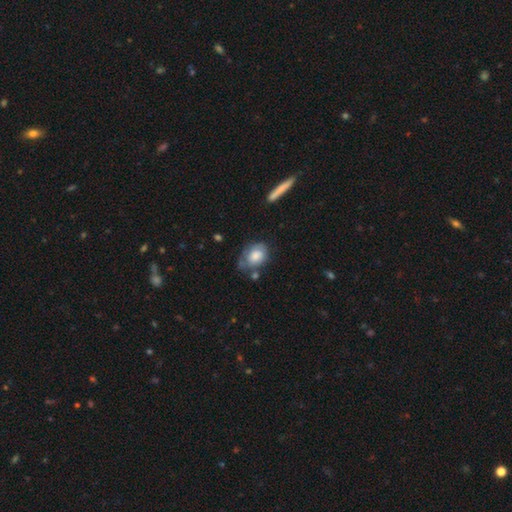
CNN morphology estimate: Q: Smooth or featured?
A: smooth (64%); runner-up: featured or disk (29%)
Q: How rounded?
A: in between (72%); runner-up: round (26%)
Q: Merging?
A: none (46%); runner-up: minor disturbance (31%)